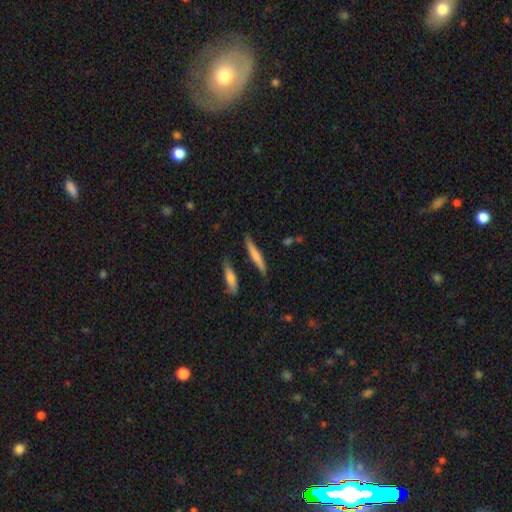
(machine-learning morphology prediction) smooth 67%, featured or disk 27%, star or artifact 6%. Down the decision tree: how rounded — cigar-shaped (90%); merging — none (79%).